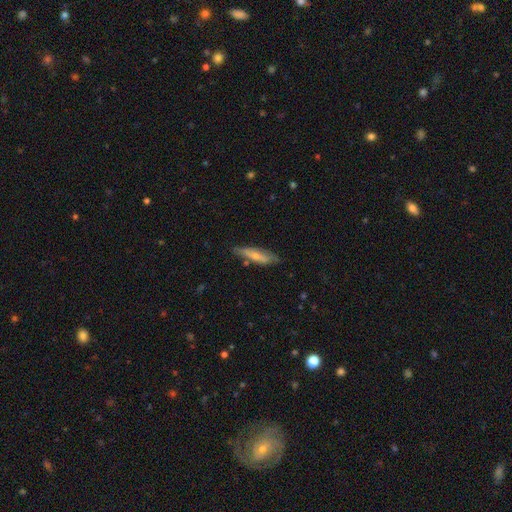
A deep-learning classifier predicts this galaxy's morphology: This appears to be a smooth galaxy with no disk features (51%) that is cigar-shaped (70%). Merging: none (69%).